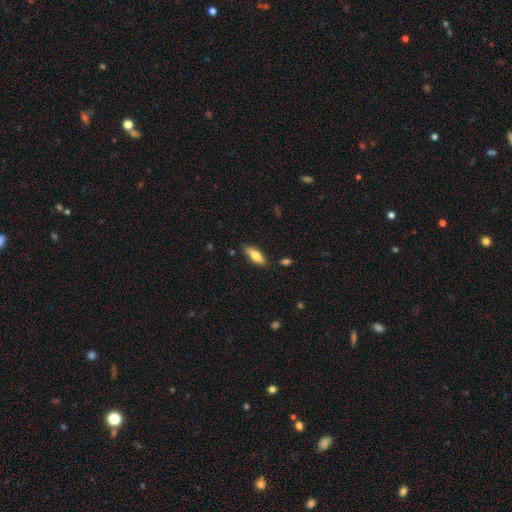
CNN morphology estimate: type=smooth (72%); roundness=in between (69%); merging=none (82%).